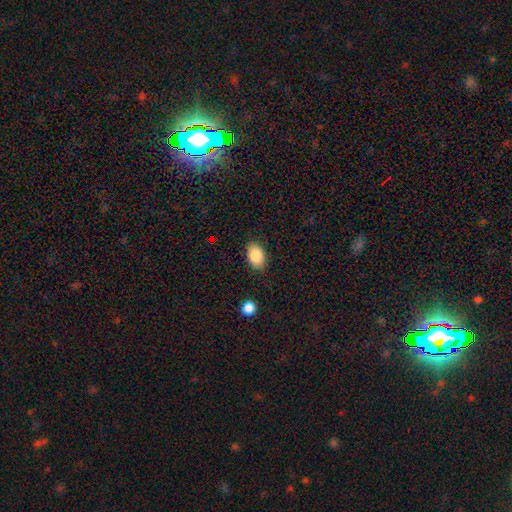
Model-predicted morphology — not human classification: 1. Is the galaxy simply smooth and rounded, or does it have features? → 85% smooth, 8% featured or disk, 8% star or artifact.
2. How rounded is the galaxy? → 87% in between, 11% round, 1% cigar-shaped.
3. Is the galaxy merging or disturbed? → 82% none, 13% minor disturbance, 3% major disturbance, 2% merger.